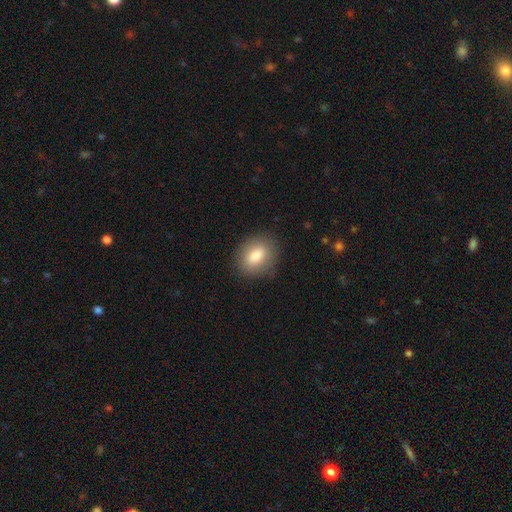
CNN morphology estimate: A smooth galaxy with no disk features (81%) that is in between round and cigar-shaped (66%). Merging: none (85%).